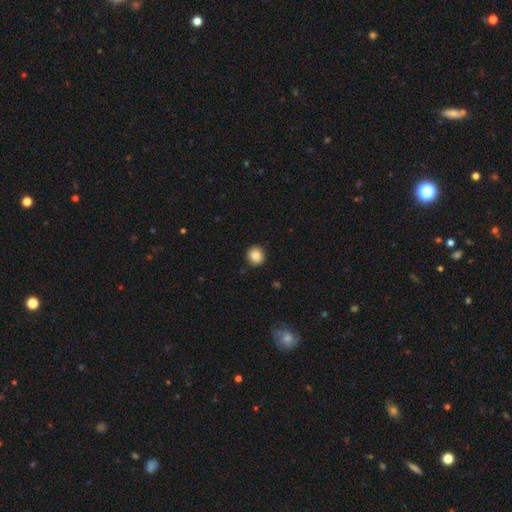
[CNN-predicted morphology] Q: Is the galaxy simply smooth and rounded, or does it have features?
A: smooth — 87%.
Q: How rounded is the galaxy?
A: round — 89%.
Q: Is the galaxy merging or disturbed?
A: none — 89%.